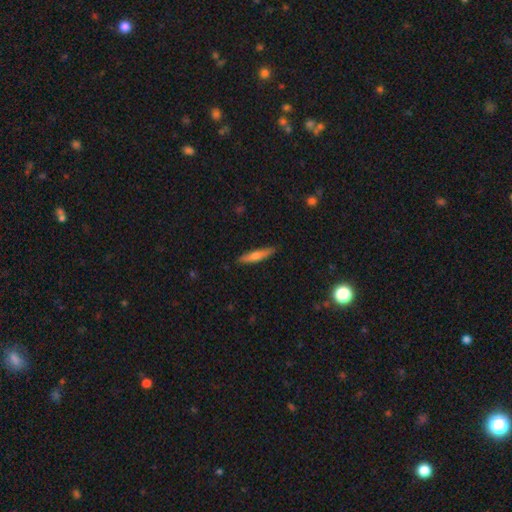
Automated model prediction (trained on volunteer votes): This appears to be a smooth galaxy with no disk features (52%) that is cigar-shaped (86%). Merging: none (89%).